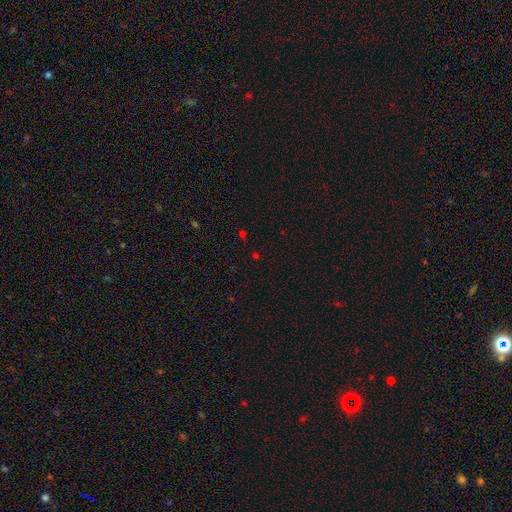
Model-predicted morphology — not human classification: star or artifact 57%, smooth 36%, featured or disk 7%.